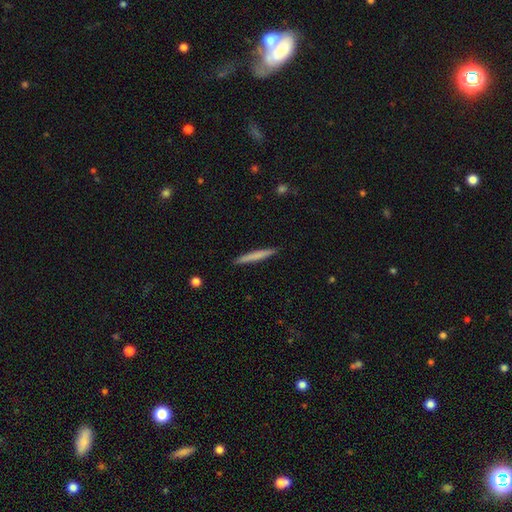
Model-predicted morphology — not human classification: Smooth or featured?
  - smooth: 69% *
  - featured or disk: 25%
  - star or artifact: 5%
How rounded?
  - cigar-shaped: 96% *
  - in between: 2%
  - round: 1%
Merging?
  - none: 91% *
  - minor disturbance: 6%
  - major disturbance: 1%
  - merger: 1%